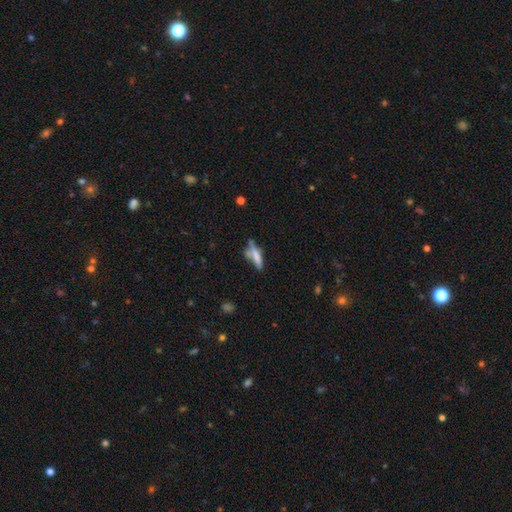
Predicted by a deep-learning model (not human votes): Smooth or featured: smooth — 62% (featured or disk — 28%)
How rounded: cigar-shaped — 73% (in between — 24%)
Merging: none — 45% (merger — 26%)